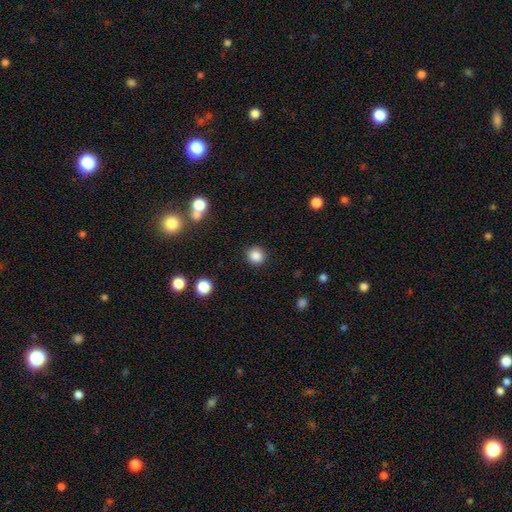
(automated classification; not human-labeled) This appears to be a smooth galaxy with no disk features (86%) that is round (93%). Merging: none (90%).